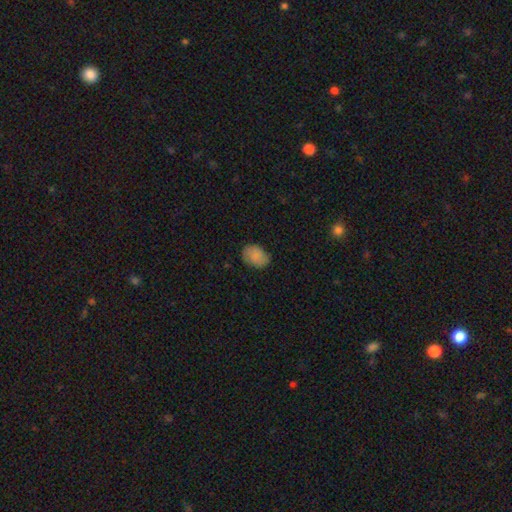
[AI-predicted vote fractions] Q: Smooth or featured?
A: smooth (83%); runner-up: featured or disk (9%)
Q: How rounded?
A: in between (68%); runner-up: round (31%)
Q: Merging?
A: none (75%); runner-up: minor disturbance (20%)